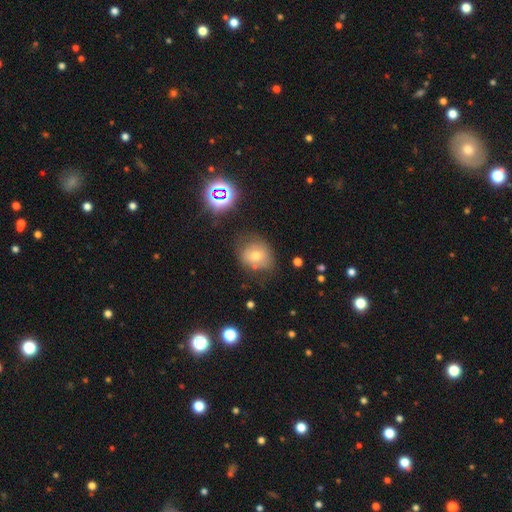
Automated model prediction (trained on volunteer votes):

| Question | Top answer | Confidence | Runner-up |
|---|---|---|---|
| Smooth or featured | smooth | 65% | featured or disk (21%) |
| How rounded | round | 68% | in between (31%) |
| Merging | none | 61% | minor disturbance (25%) |